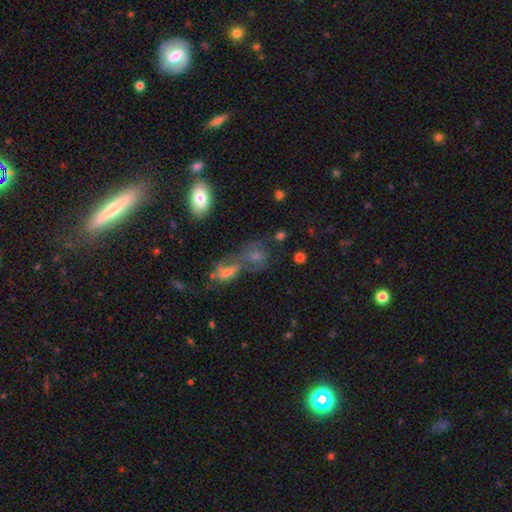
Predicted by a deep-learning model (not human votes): Q: Smooth or featured?
A: smooth (46%); runner-up: featured or disk (32%)
Q: Merging?
A: merger (37%); tied with: none (37%)